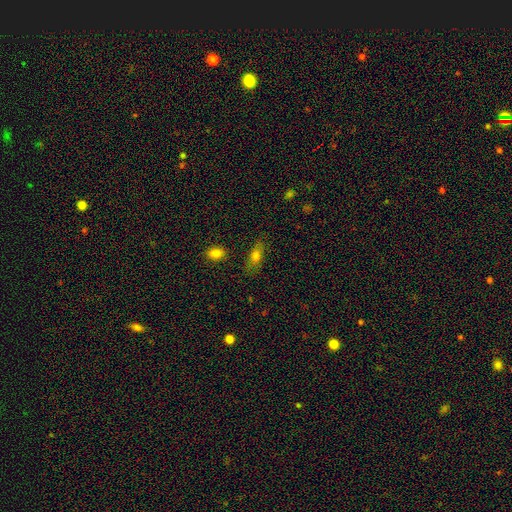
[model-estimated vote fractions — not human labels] Smooth or featured: smooth — 72% (featured or disk — 18%)
How rounded: in between — 70% (cigar-shaped — 25%)
Merging: none — 78% (minor disturbance — 15%)